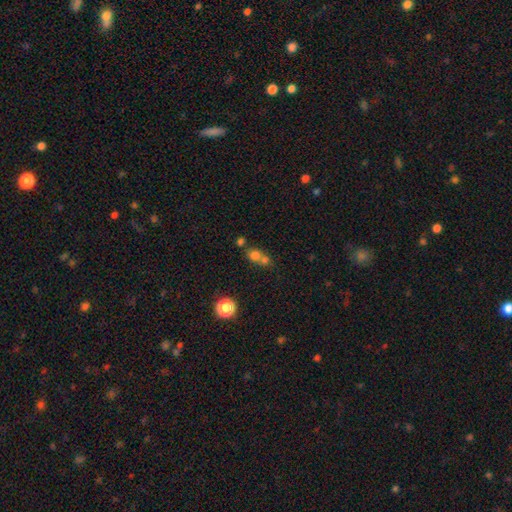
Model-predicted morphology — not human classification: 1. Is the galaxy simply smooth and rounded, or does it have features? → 71% smooth, 17% star or artifact, 12% featured or disk.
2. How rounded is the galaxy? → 71% round, 27% in between, 2% cigar-shaped.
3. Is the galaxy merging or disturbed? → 54% merger, 34% none, 7% minor disturbance, 4% major disturbance.